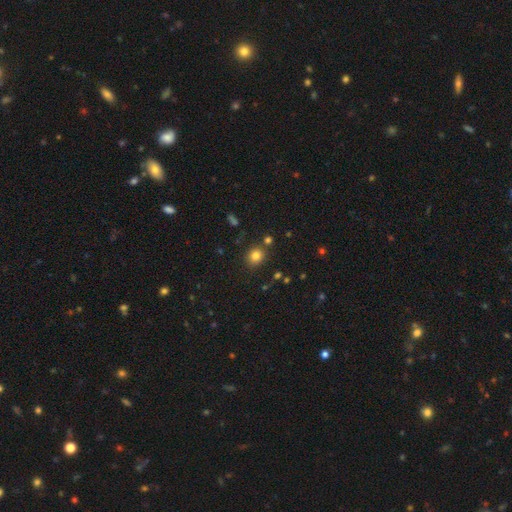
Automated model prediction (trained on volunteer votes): A smooth galaxy with no disk features (81%) that is round (77%). Merging: none (82%).